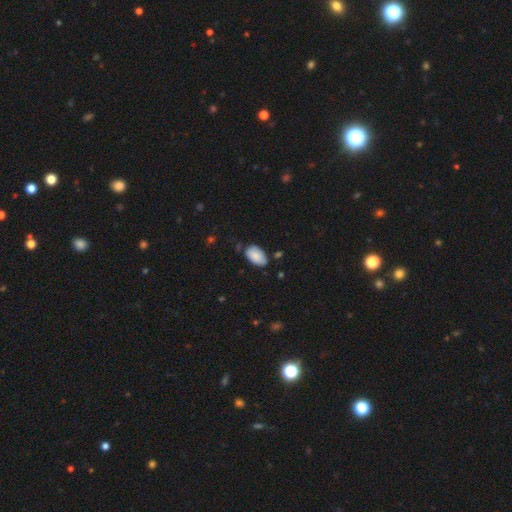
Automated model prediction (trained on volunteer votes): A smooth galaxy with no disk features (87%) that is in between round and cigar-shaped (94%). Merging: none (72%).